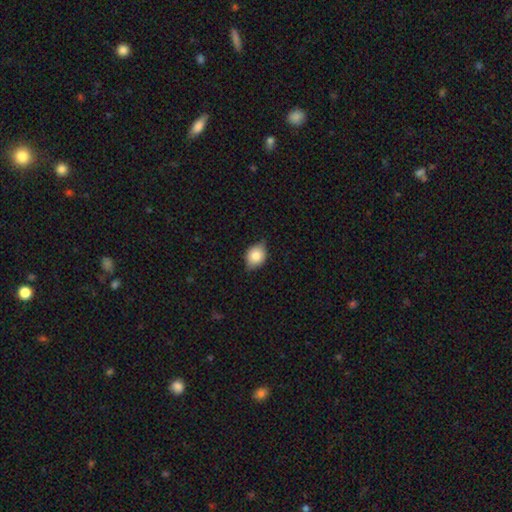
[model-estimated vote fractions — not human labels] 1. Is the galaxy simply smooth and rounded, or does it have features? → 74% smooth, 17% featured or disk, 9% star or artifact.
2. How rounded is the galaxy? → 52% in between, 46% round, 2% cigar-shaped.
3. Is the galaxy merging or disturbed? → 69% none, 26% minor disturbance, 4% major disturbance, 1% merger.